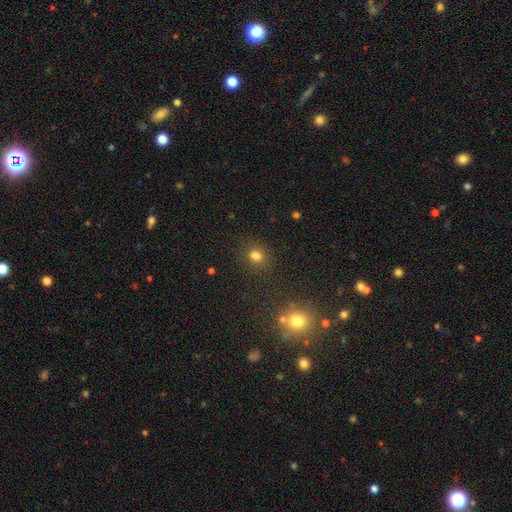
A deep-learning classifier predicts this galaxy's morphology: A smooth galaxy with no disk features (74%) that is round (69%). Merging: none (70%).